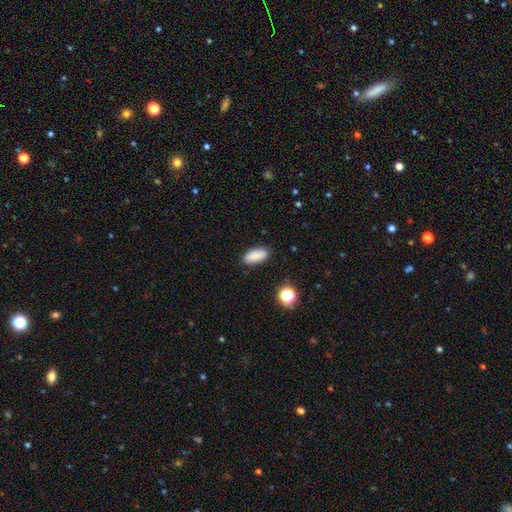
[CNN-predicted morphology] This appears to be a smooth galaxy with no disk features (87%) that is in between round and cigar-shaped (87%). Merging: none (86%).